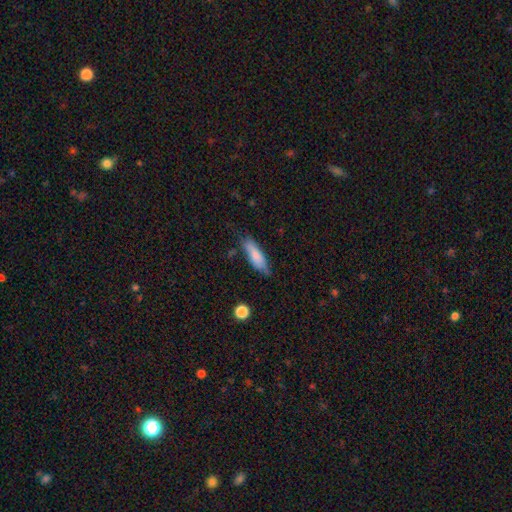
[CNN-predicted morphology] The model was most divided on "how rounded": in between: 51%, cigar-shaped: 47%, round: 2%. More confident: smooth or featured — smooth (77%); merging — none (63%).